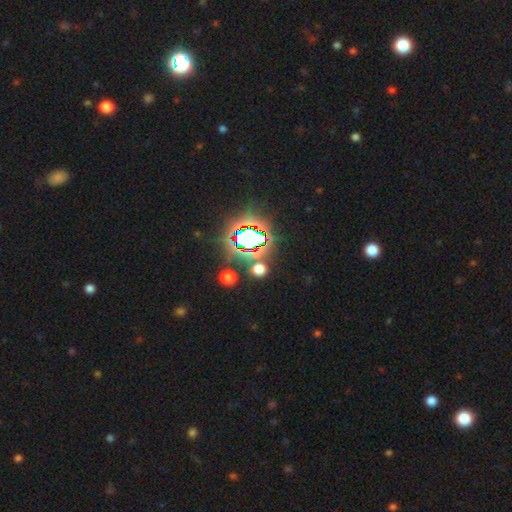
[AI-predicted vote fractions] A star or artifact, not a galaxy (64%).

Vote fractions:
- Smooth or featured? star or artifact: 64% / smooth: 26% / featured or disk: 10%